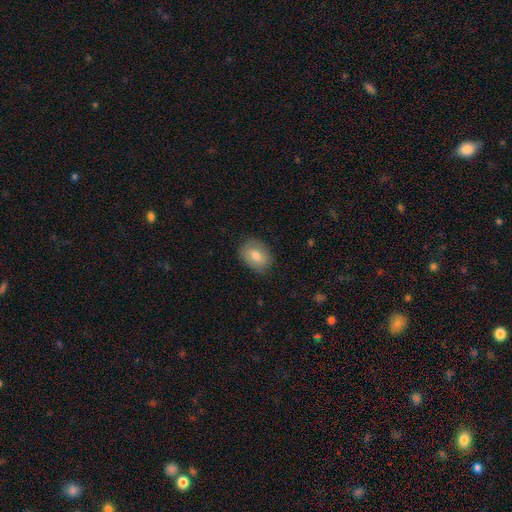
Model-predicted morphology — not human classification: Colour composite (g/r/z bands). It shows a smooth galaxy with no disk features (78%) that is in between round and cigar-shaped (74%). Merging: none (83%).